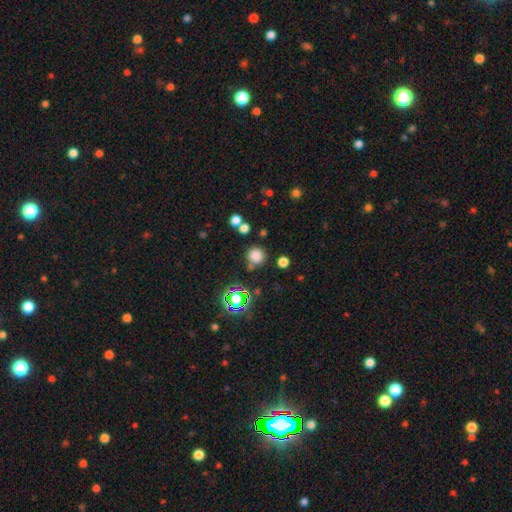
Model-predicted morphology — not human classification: Smooth or featured: smooth — 76% (star or artifact — 19%)
How rounded: round — 92% (in between — 7%)
Merging: none — 77% (minor disturbance — 10%)